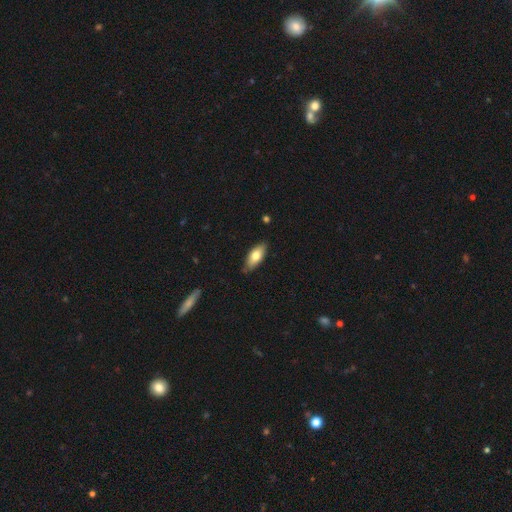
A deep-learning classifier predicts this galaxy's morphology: The model was most divided on "smooth or featured": smooth: 73%, featured or disk: 21%, star or artifact: 6%. More confident: how rounded — in between (83%); merging — none (81%).